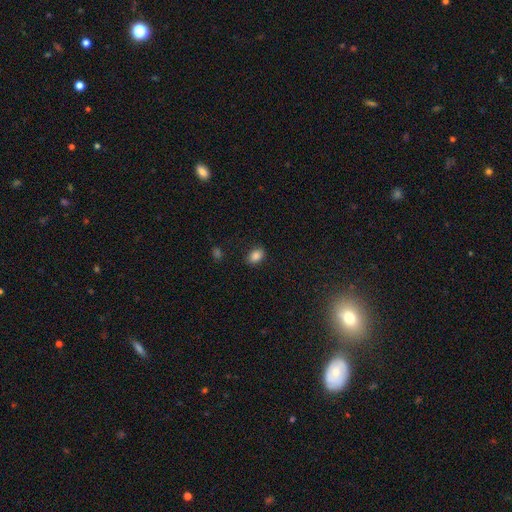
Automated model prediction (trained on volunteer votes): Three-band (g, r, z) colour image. It shows a smooth galaxy with no disk features (86%) that is in between round and cigar-shaped (81%). Merging: none (86%).